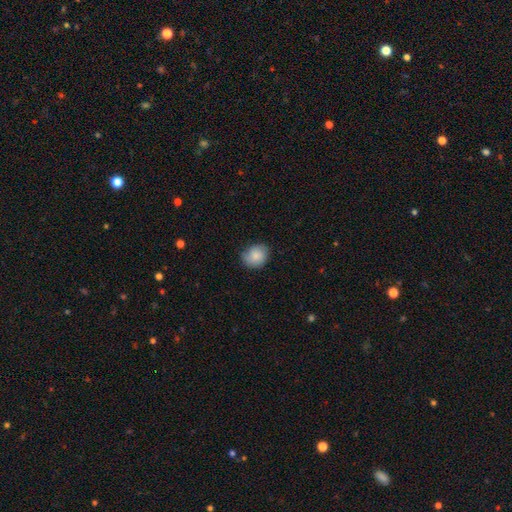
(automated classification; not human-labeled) Smooth or featured? smooth (85%)
How rounded? round (61%)
Merging? none (76%)